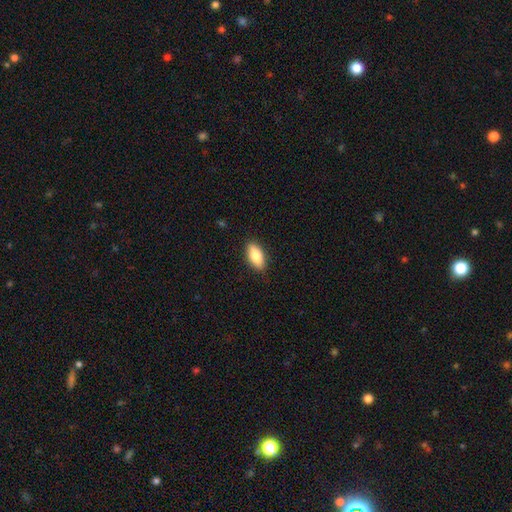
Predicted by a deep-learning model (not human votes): A smooth galaxy with no disk features (82%) that is in between round and cigar-shaped (89%). Merging: none (88%).